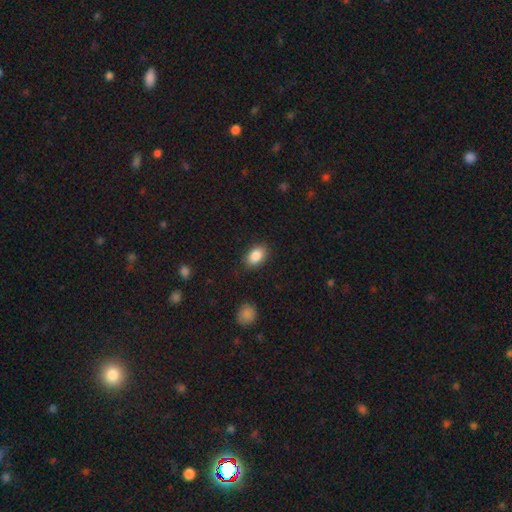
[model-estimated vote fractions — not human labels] smooth_or_featured: smooth (p=0.87) [alt: star or artifact p=0.07]
how_rounded: in between (p=0.88) [alt: round p=0.10]
merging: none (p=0.86) [alt: minor disturbance p=0.10]